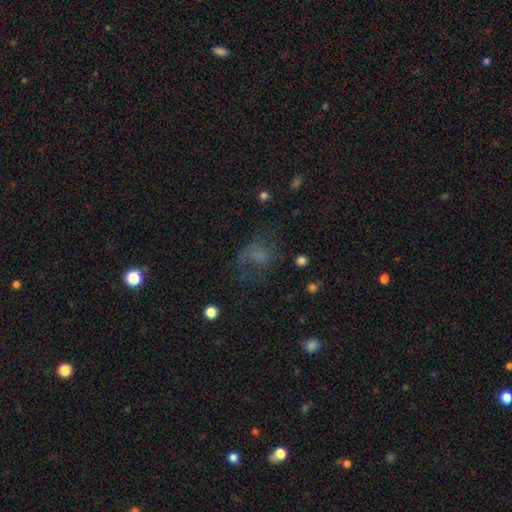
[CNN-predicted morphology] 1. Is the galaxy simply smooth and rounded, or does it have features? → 50% smooth, 29% featured or disk, 21% star or artifact.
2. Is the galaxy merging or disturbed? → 41% none, 35% major disturbance, 21% minor disturbance, 3% merger.